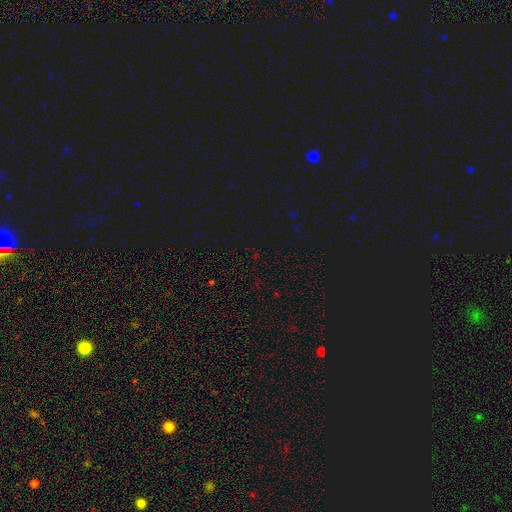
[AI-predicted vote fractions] Overall: star or artifact (71%).